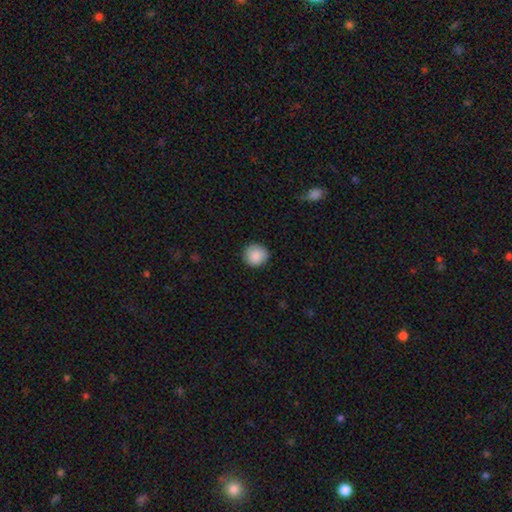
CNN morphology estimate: smooth_or_featured: smooth (p=0.88) [alt: star or artifact p=0.07]
how_rounded: round (p=0.93) [alt: in between p=0.06]
merging: none (p=0.89) [alt: minor disturbance p=0.08]